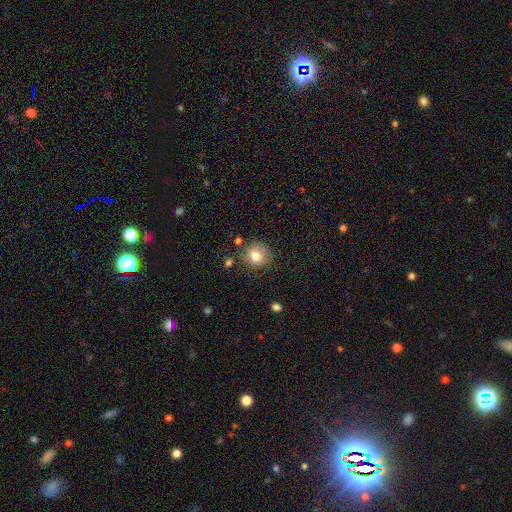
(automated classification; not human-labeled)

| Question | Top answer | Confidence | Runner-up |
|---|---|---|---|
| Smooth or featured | smooth | 80% | star or artifact (10%) |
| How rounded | round | 84% | in between (16%) |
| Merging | none | 76% | minor disturbance (15%) |